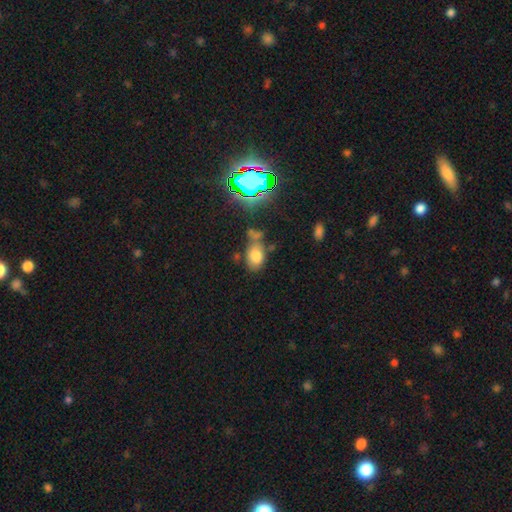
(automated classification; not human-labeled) This is likely a smooth galaxy (72%). How rounded: clearly in between (82%). Merging: possibly none (55%).